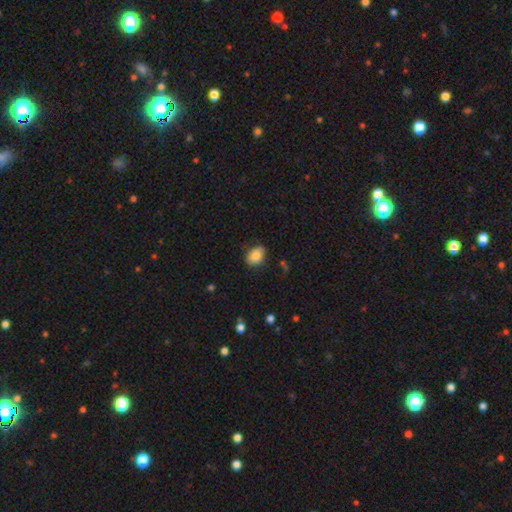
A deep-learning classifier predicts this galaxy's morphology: The model was most divided on "how rounded": in between: 69%, round: 30%, cigar-shaped: 1%. More confident: smooth or featured — smooth (83%); merging — none (79%).